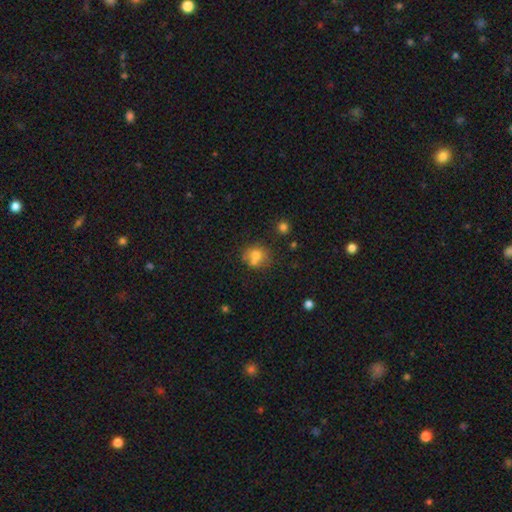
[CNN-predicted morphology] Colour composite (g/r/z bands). It shows a smooth galaxy with no disk features (69%) that is round (69%). Merging: none (47%).